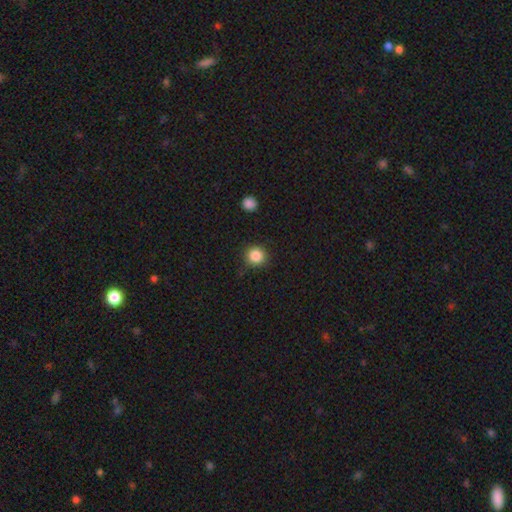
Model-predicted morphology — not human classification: A smooth galaxy with no disk features (86%) that is round (93%).

Vote fractions:
- Smooth or featured? smooth: 86% / star or artifact: 10% / featured or disk: 4%
- How rounded? round: 93% / in between: 6% / cigar-shaped: 1%
- Merging? none: 87% / minor disturbance: 8% / major disturbance: 3% / merger: 2%